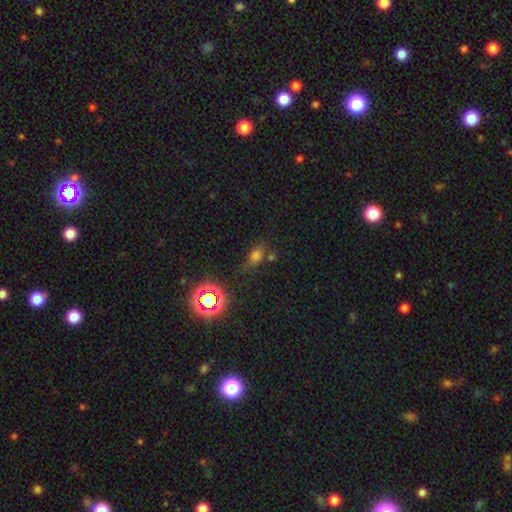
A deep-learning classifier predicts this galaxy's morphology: Smooth or featured: smooth — 61% (star or artifact — 29%)
How rounded: in between — 65% (round — 29%)
Merging: none — 61% (minor disturbance — 21%)